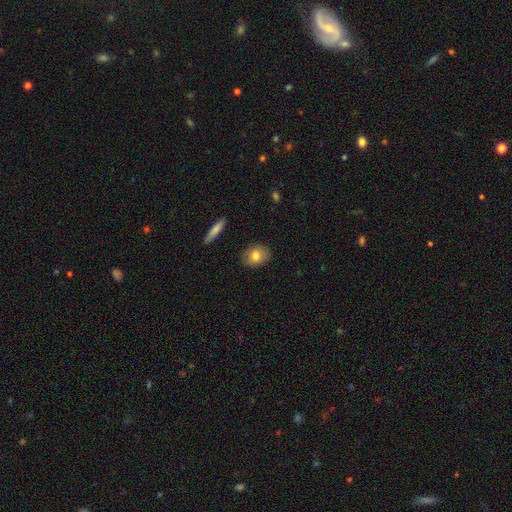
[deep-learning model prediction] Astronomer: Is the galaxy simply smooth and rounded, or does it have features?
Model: smooth — 77%.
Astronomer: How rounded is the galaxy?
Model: in between — 60% (runner-up: round, 37%).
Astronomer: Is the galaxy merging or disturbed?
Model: none — 88%.